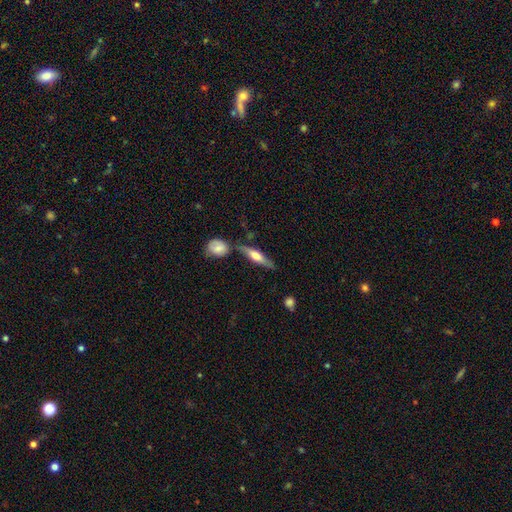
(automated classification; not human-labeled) The model was most divided on "smooth or featured": featured or disk: 52%, smooth: 42%, star or artifact: 6%. More confident: edge-on disk — yes (90%); merging — none (71%).